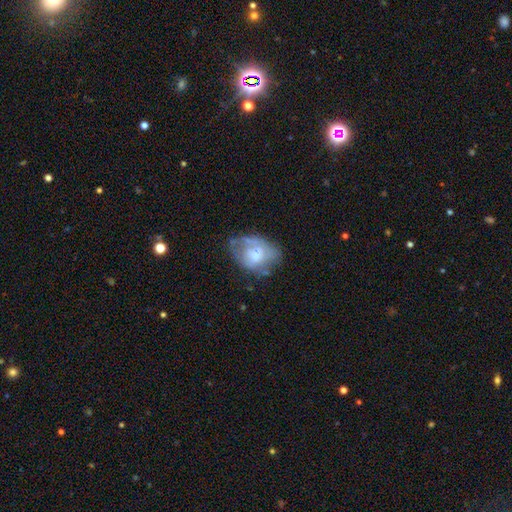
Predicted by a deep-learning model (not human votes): A featured or disk galaxy (46%, tied with smooth).

Vote fractions:
- Smooth or featured? featured or disk: 46% (tied) / smooth: 46% (tied) / star or artifact: 8%
- Merging? none: 39% / minor disturbance: 31% / major disturbance: 25% / merger: 6%